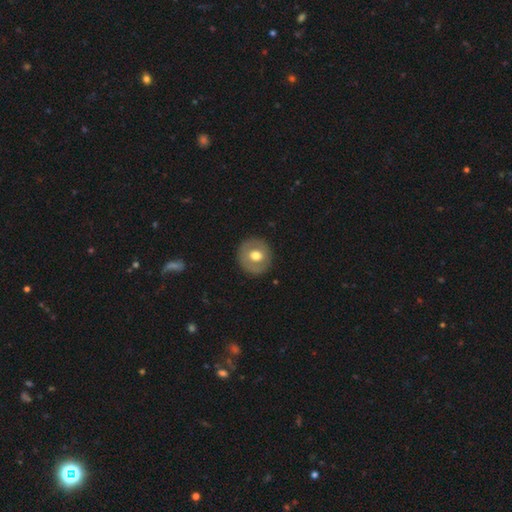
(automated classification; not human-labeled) Overall: smooth (58%; featured or disk 35%). How rounded: round (90%). Merging: none (88%).